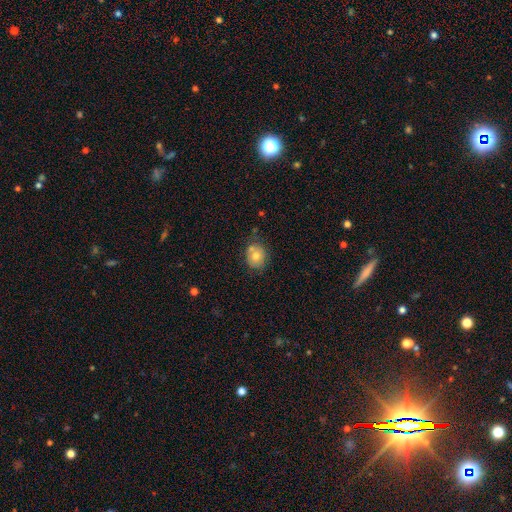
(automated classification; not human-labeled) Smooth or featured? Predicted: smooth (p=0.69). How rounded? Predicted: round (p=0.64). Merging? Predicted: none (p=0.64).